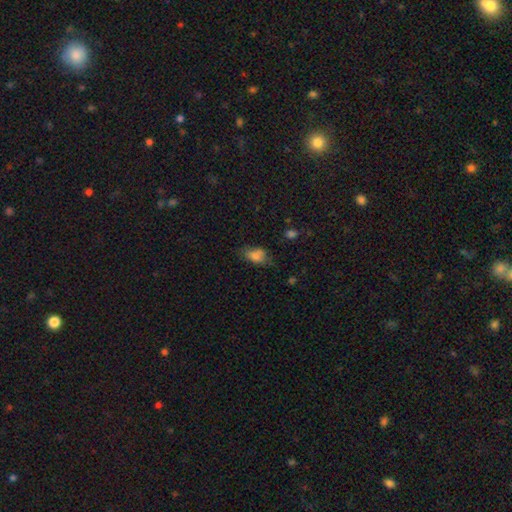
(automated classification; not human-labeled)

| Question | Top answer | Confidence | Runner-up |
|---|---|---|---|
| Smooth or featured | smooth | 78% | featured or disk (12%) |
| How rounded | in between | 86% | round (10%) |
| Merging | none | 51% | minor disturbance (31%) |